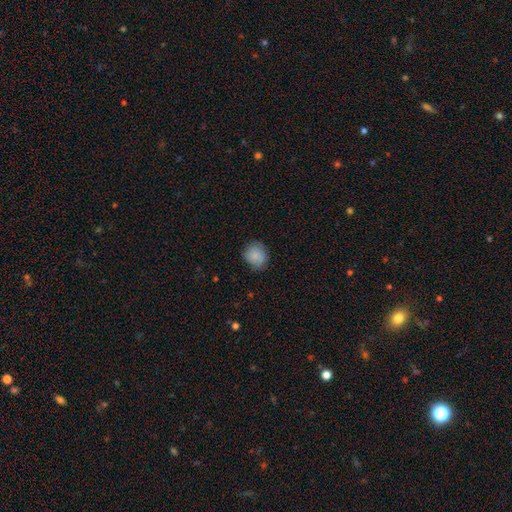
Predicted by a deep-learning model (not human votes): smooth 84%, featured or disk 8%, star or artifact 8%. Down the decision tree: how rounded — round (80%); merging — none (79%).